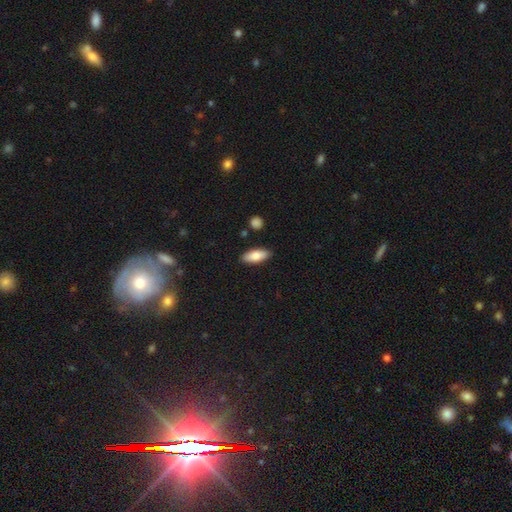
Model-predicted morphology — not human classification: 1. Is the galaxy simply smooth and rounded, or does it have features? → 81% smooth, 13% featured or disk, 6% star or artifact.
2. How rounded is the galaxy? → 79% in between, 19% cigar-shaped, 2% round.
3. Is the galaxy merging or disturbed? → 87% none, 9% minor disturbance, 2% merger, 2% major disturbance.